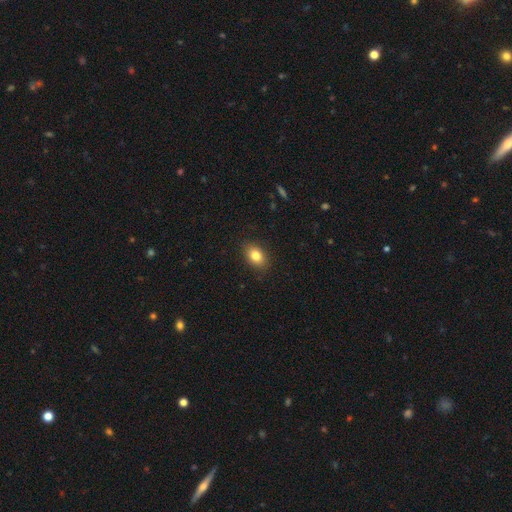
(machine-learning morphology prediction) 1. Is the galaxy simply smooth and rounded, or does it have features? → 83% smooth, 9% star or artifact, 8% featured or disk.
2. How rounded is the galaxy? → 81% in between, 17% round, 1% cigar-shaped.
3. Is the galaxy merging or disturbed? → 88% none, 9% minor disturbance, 2% major disturbance, 1% merger.